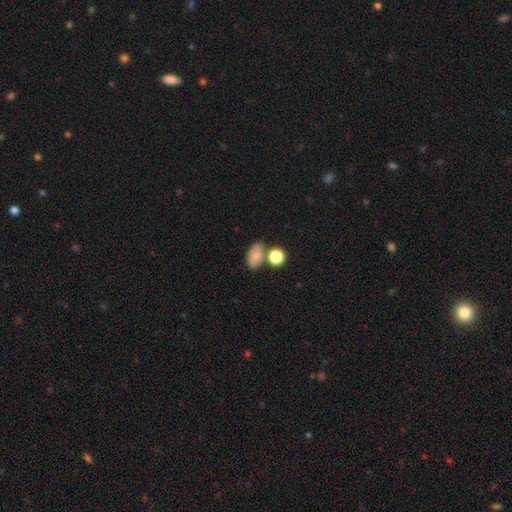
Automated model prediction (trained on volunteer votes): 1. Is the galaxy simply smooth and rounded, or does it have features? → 81% smooth, 10% star or artifact, 9% featured or disk.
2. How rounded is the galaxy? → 86% in between, 12% round, 2% cigar-shaped.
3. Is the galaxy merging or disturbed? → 63% none, 17% merger, 15% minor disturbance, 5% major disturbance.